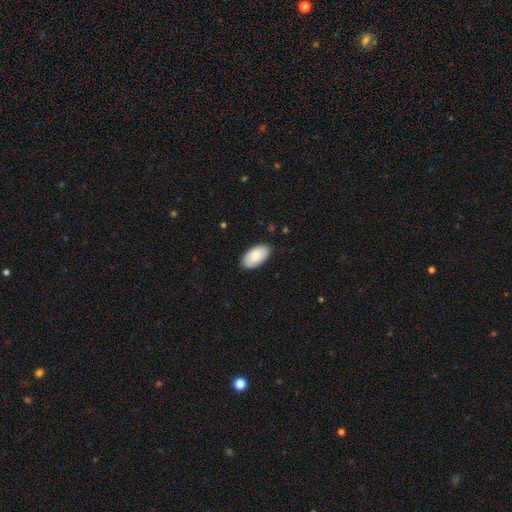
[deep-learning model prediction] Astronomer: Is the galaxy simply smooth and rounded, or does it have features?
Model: smooth — 85%.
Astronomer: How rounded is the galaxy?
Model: in between — 96%.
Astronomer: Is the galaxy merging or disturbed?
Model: none — 86%.